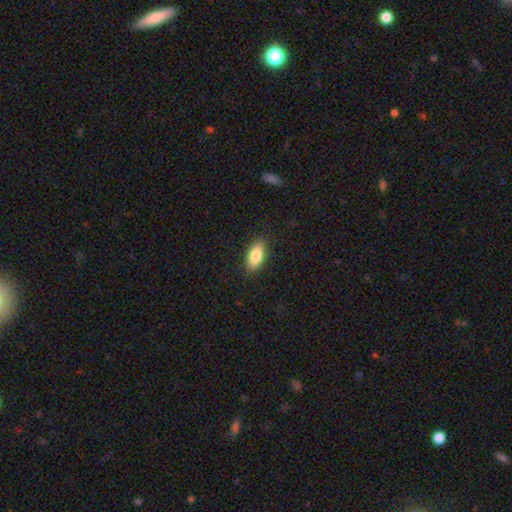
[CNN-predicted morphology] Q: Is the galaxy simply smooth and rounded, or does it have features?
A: smooth — 84%.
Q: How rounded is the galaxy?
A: in between — 88%.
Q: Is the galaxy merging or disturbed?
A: none — 88%.